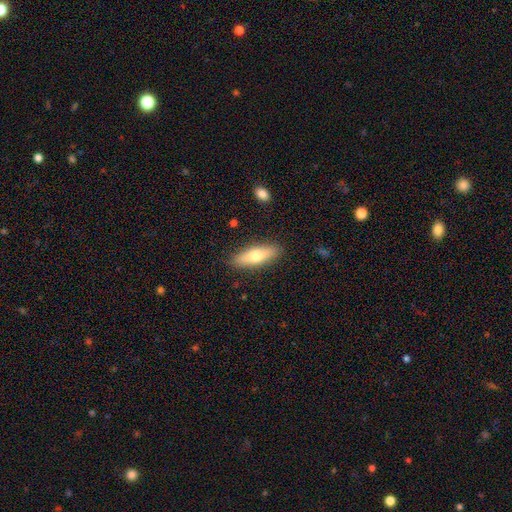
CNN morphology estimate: smooth 65%, featured or disk 29%, star or artifact 6%. Down the decision tree: how rounded — cigar-shaped (50%); merging — none (87%).